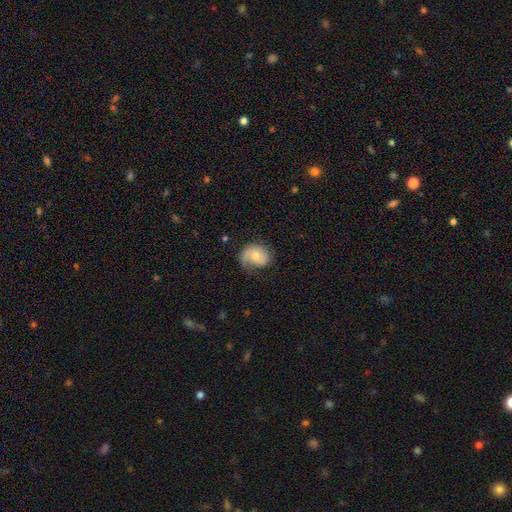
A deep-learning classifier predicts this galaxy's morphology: Overall: featured or disk (52%; smooth 41%). Edge-on disk: no (97%). Bar: no (69%). Spiral arms: yes (85%). Bulge size: moderate (57%; small 36%). Merging: none (54%; minor disturbance 28%).